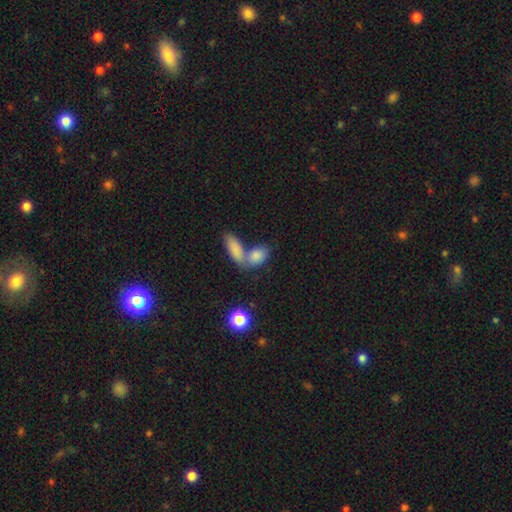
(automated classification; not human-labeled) A smooth galaxy with no disk features (82%) that is in between round and cigar-shaped (83%). Merging: merger (52%).